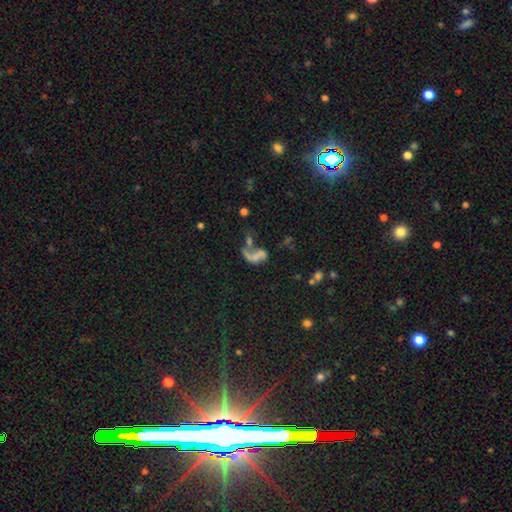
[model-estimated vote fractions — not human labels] A featured or disk galaxy (41%, tied with smooth). Merging: merger (39%).